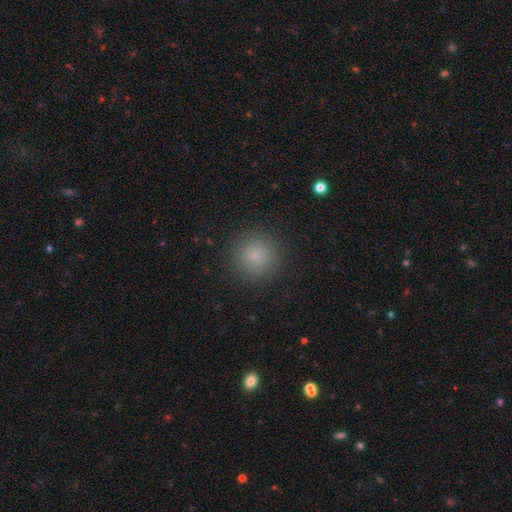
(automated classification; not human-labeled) This is clearly a smooth galaxy (81%). How rounded: clearly round (95%). Merging: clearly none (90%).